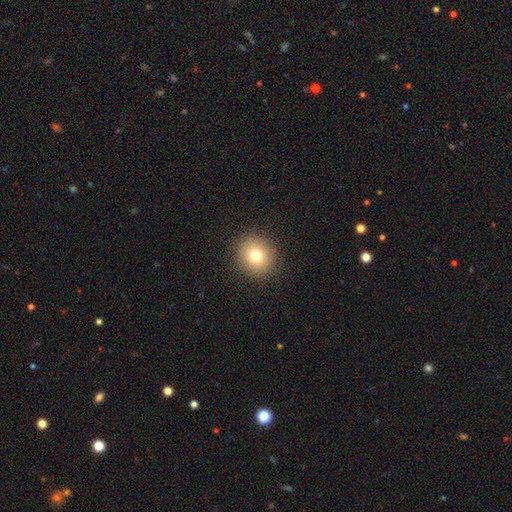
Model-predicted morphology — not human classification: Overall: smooth (77%). How rounded: round (88%). Merging: none (91%).